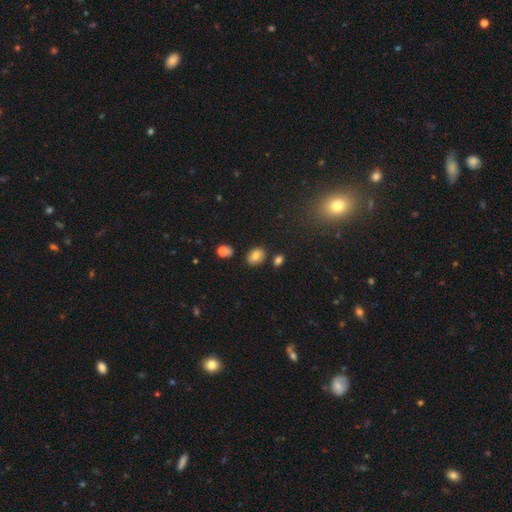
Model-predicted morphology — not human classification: Overall: smooth (78%). How rounded: in between (63%; round 36%). Merging: none (78%).